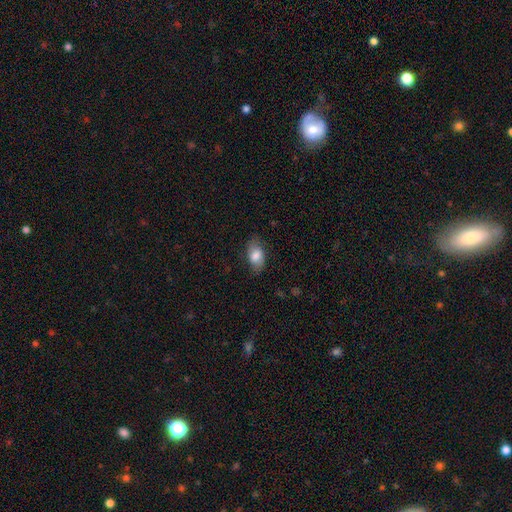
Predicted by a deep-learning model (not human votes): smooth 79%, featured or disk 14%, star or artifact 7%. Down the decision tree: how rounded — in between (91%); merging — none (78%).